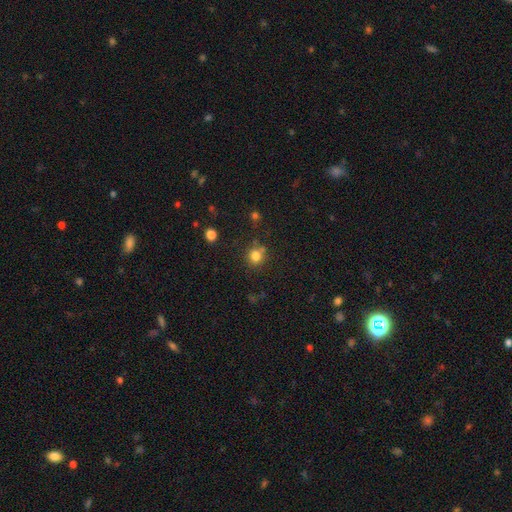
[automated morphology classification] Q: Smooth or featured?
A: smooth (79%); runner-up: star or artifact (14%)
Q: How rounded?
A: round (86%); runner-up: in between (13%)
Q: Merging?
A: none (71%); runner-up: minor disturbance (13%)